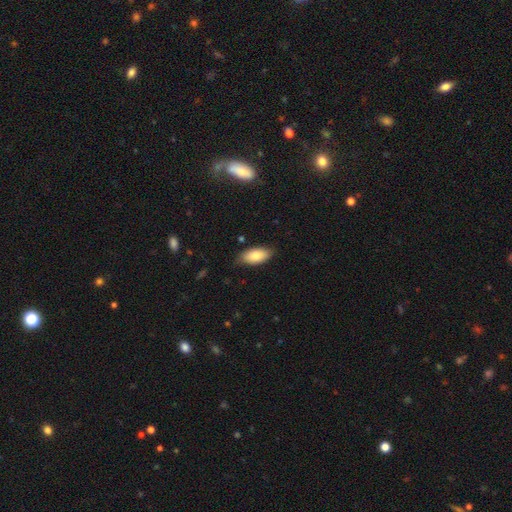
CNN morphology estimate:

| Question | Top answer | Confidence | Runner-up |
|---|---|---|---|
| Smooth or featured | smooth | 83% | featured or disk (11%) |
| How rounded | in between | 92% | cigar-shaped (6%) |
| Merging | none | 80% | minor disturbance (16%) |